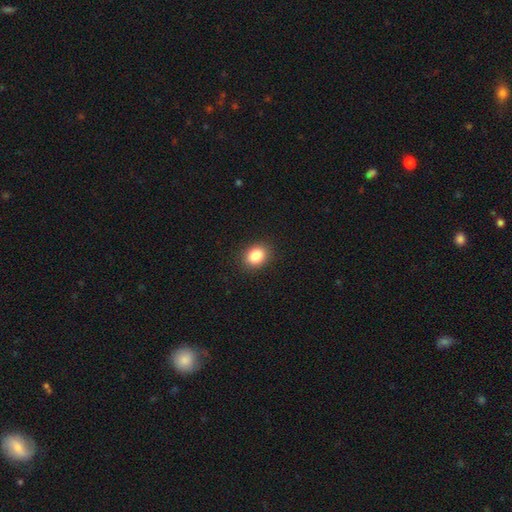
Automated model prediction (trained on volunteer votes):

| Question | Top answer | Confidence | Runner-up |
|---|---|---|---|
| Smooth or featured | smooth | 86% | star or artifact (9%) |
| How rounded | in between | 50% | round (49%) |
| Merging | none | 90% | minor disturbance (7%) |